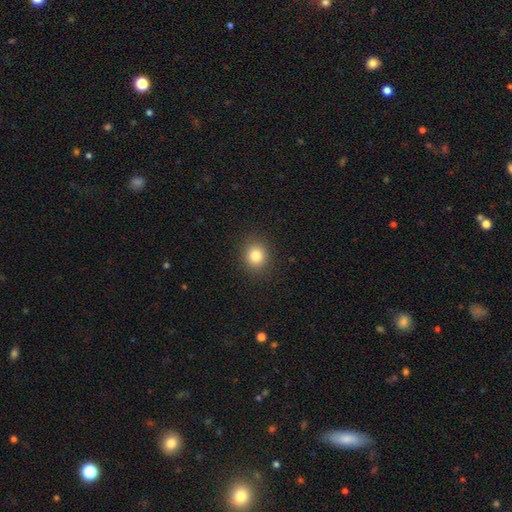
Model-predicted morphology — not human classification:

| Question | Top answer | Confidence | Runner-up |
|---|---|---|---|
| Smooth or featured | smooth | 83% | star or artifact (11%) |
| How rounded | round | 80% | in between (19%) |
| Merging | none | 90% | minor disturbance (7%) |